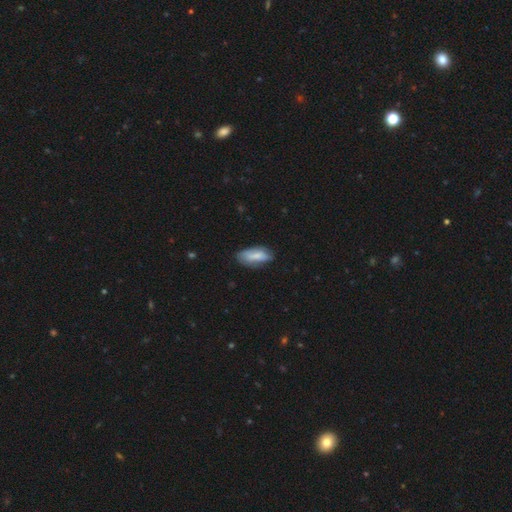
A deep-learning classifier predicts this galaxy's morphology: The model was most divided on "merging": none: 65%, minor disturbance: 28%, major disturbance: 6%, merger: 2%. More confident: how rounded — in between (82%); smooth or featured — smooth (75%).